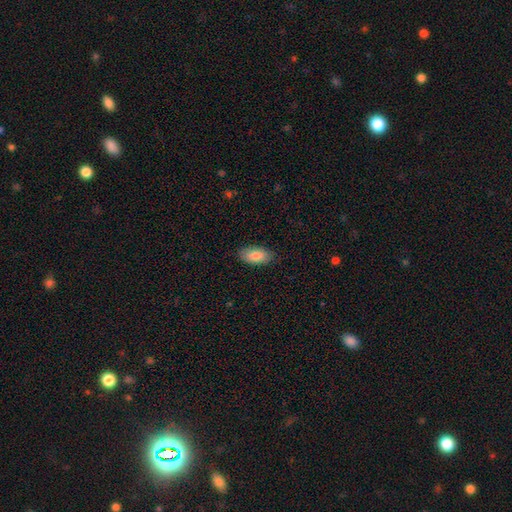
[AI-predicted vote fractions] This is clearly a smooth galaxy (84%). How rounded: clearly in between (92%). Merging: clearly none (87%).